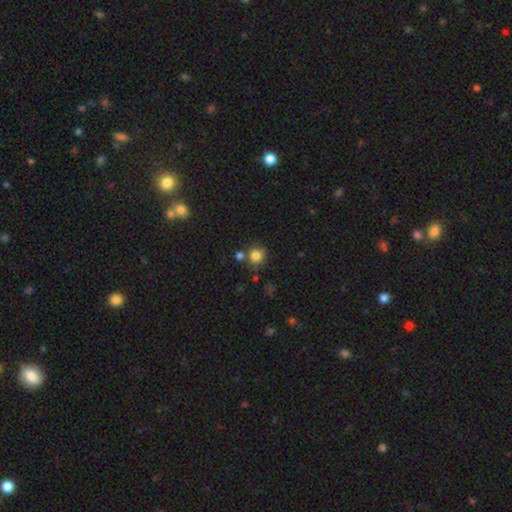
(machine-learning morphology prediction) smooth-or-featured: smooth: 82% | star or artifact: 12% | featured or disk: 6%
  how-rounded: round: 86% | in between: 13% | cigar-shaped: 1%
  merging: none: 70% | merger: 13% | minor disturbance: 12% | major disturbance: 4%